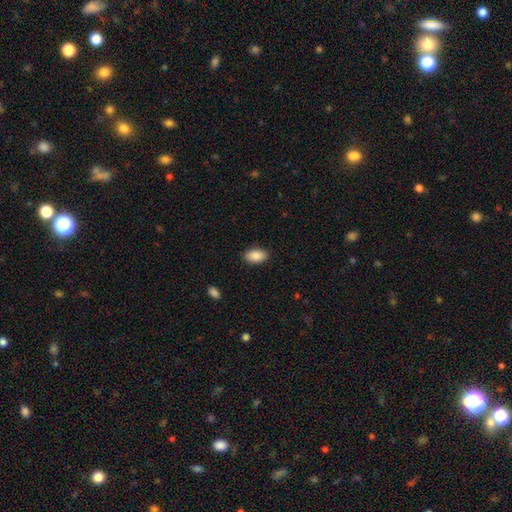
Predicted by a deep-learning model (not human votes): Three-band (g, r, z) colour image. It shows a smooth galaxy with no disk features (90%) that is in between round and cigar-shaped (93%). Merging: none (88%).